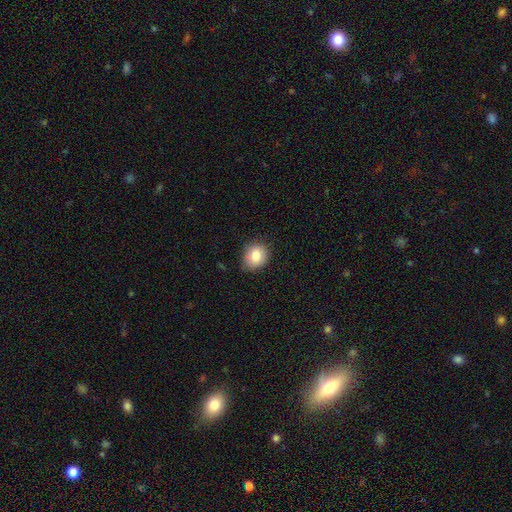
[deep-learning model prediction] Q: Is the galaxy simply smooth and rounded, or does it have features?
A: smooth — 83%.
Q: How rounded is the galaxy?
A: round — 63%.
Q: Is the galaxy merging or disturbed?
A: none — 78%.